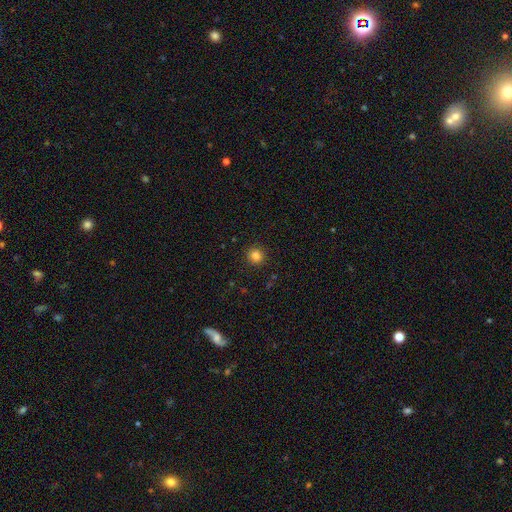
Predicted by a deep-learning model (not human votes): Q: Smooth or featured?
A: smooth (84%); runner-up: star or artifact (12%)
Q: How rounded?
A: round (93%); runner-up: in between (6%)
Q: Merging?
A: none (92%); runner-up: minor disturbance (5%)